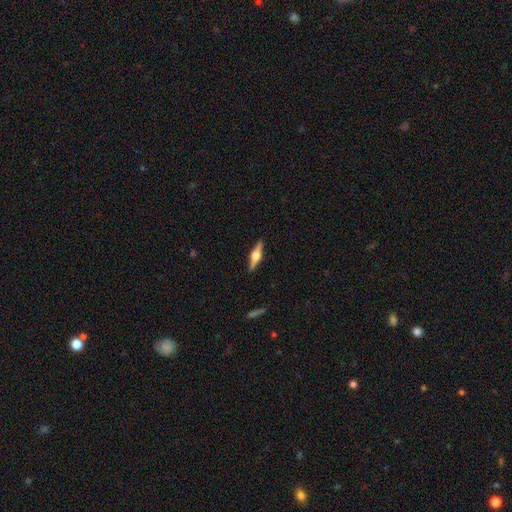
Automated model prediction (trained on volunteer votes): Smooth or featured: featured or disk — 79% (smooth — 16%)
Edge-on disk: yes — 98% (no — 2%)
Edge-on bulge: rounded — 94% (boxy — 5%)
Merging: none — 91% (minor disturbance — 7%)